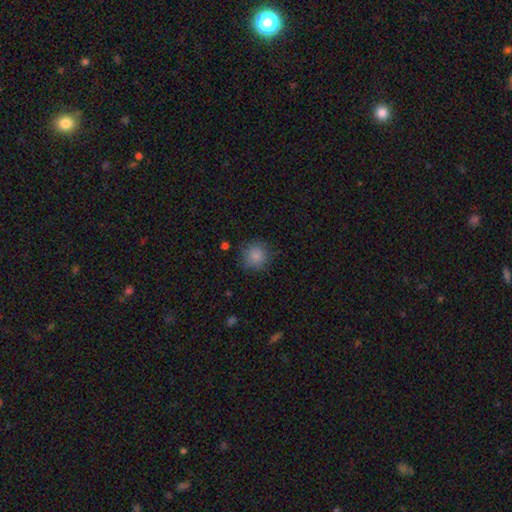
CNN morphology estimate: A smooth galaxy with no disk features (85%) that is round (92%). Merging: none (82%).